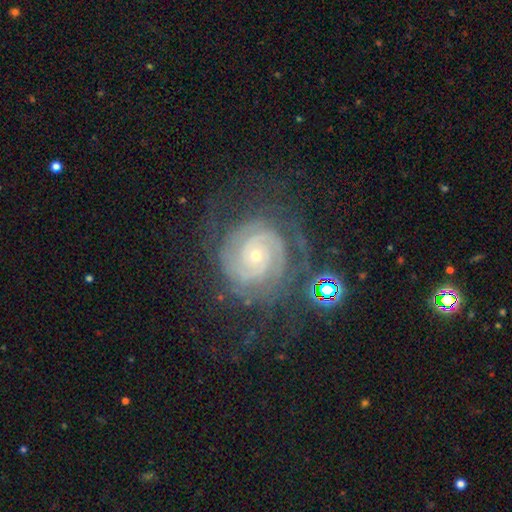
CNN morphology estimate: Smooth or featured? featured or disk (89%)
Edge-on disk? no (98%)
Bar? no (74%)
Spiral arms? yes (98%)
Spiral winding? tight (79%)
Spiral arm count? 2 (55%)
Bulge size? small (75%)
Merging? none (69%)